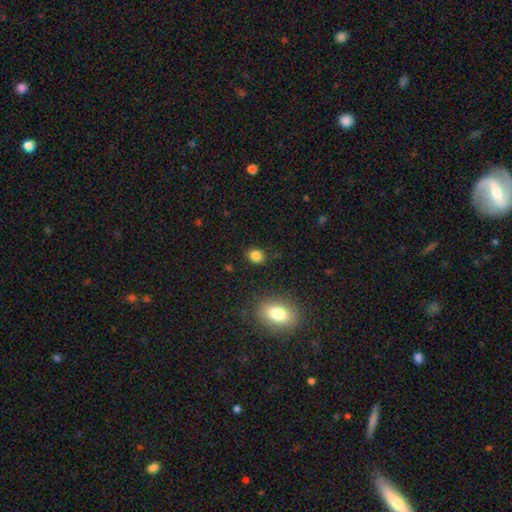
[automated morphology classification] Overall: smooth (84%). How rounded: round (58%; in between 41%). Merging: none (86%).